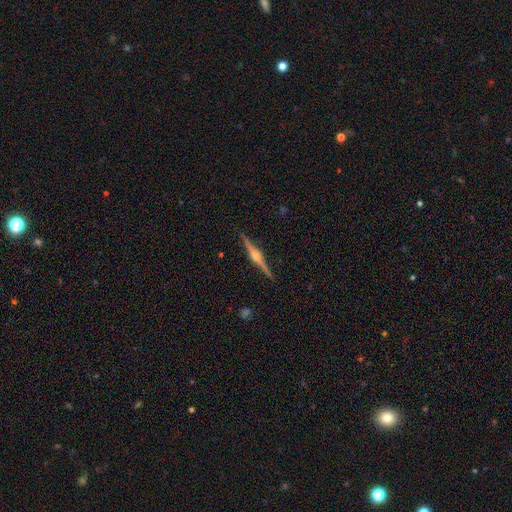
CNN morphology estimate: This appears to be a featured or disk galaxy (86%) viewed edge-on (99%) with a rounded central bulge (93%). Merging: none (92%).